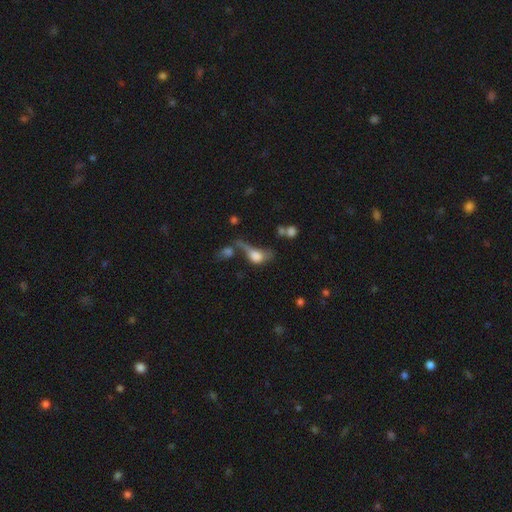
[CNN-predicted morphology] smooth-or-featured: smooth: 63% | featured or disk: 24% | star or artifact: 13%
  how-rounded: in between: 68% | round: 24% | cigar-shaped: 7%
  merging: major disturbance: 34% | merger: 33% | none: 19% | minor disturbance: 14%